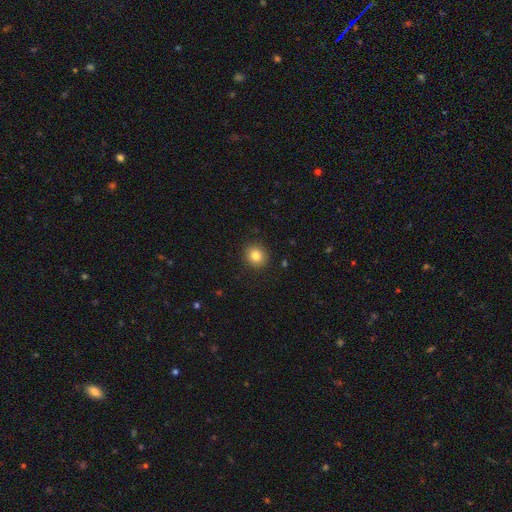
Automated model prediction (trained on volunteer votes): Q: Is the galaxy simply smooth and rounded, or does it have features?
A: smooth — 83%.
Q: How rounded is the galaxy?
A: round — 82%.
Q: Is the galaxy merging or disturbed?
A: none — 91%.